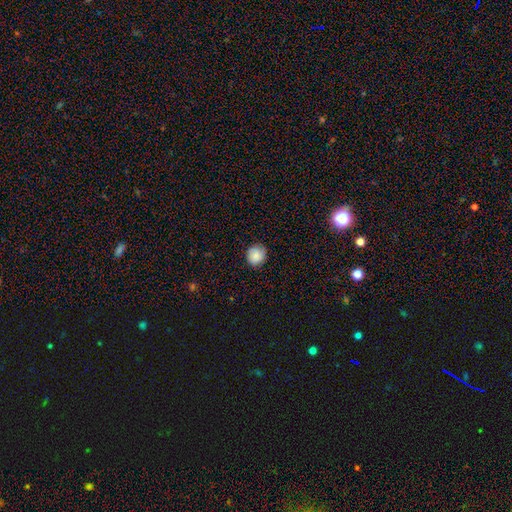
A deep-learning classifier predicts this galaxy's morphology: This appears to be a smooth galaxy with no disk features (84%) that is round (89%). Merging: none (85%).